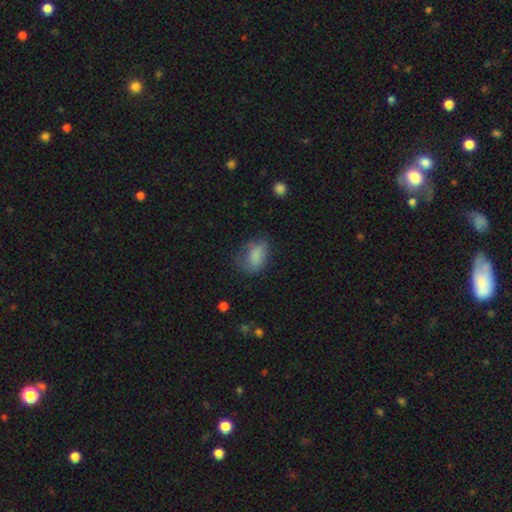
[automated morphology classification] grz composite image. It shows a smooth galaxy with no disk features (78%) that is in between round and cigar-shaped (80%). Merging: none (50%).